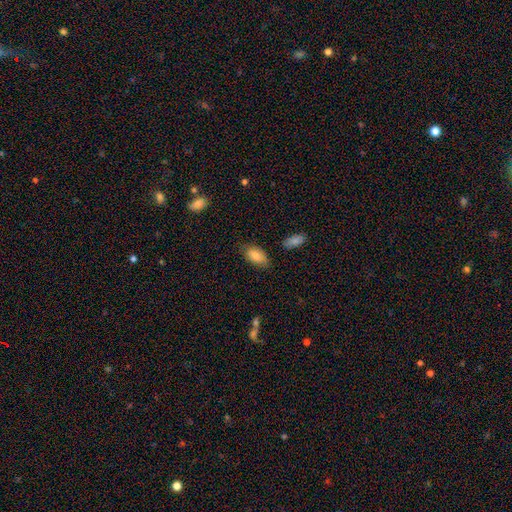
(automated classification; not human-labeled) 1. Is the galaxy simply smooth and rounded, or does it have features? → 83% smooth, 10% featured or disk, 7% star or artifact.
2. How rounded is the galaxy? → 93% in between, 4% round, 3% cigar-shaped.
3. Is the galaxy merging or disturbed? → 72% none, 21% minor disturbance, 4% major disturbance, 2% merger.